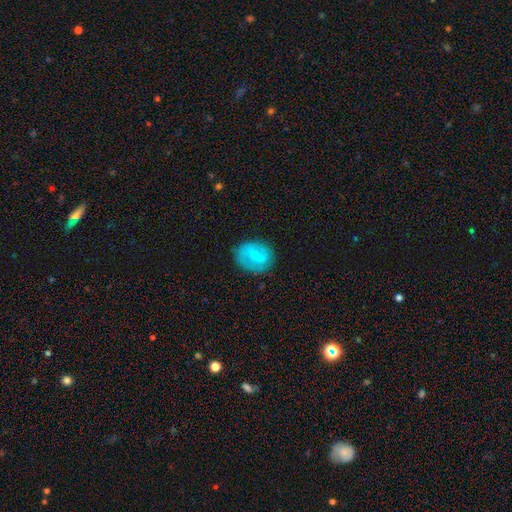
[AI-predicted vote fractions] Smooth or featured?
  - featured or disk: 54% *
  - smooth: 38%
  - star or artifact: 8%
Edge-on disk?
  - no: 95% *
  - yes: 5%
Bar?
  - strong: 47% *
  - weak: 40%
  - no: 12%
Spiral arms?
  - yes: 61% *
  - no: 39%
Bulge size?
  - small: 37% *
  - none: 36%
  - moderate: 22%
  - large: 3%
  - dominant: 1%
Merging?
  - none: 78% *
  - minor disturbance: 15%
  - major disturbance: 6%
  - merger: 1%